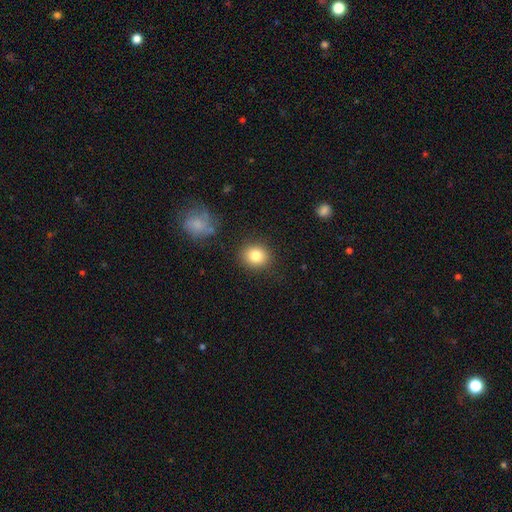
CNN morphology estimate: Smooth or featured? smooth (82%)
How rounded? round (73%)
Merging? none (87%)